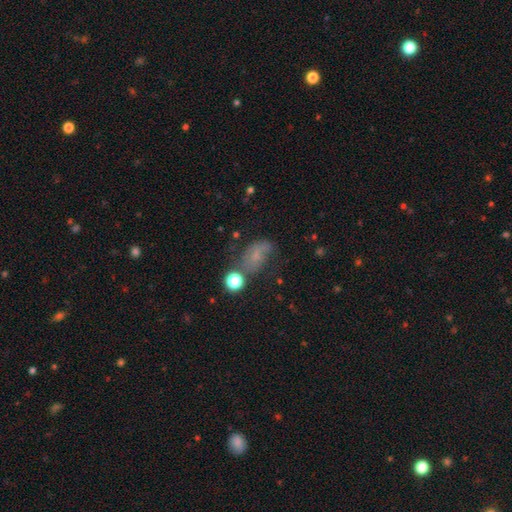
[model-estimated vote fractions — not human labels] A smooth galaxy with no disk features (43%).

Vote fractions:
- Smooth or featured? smooth: 43% / featured or disk: 32% / star or artifact: 24%
- Merging? none: 43% / minor disturbance: 27% / major disturbance: 21% / merger: 9%